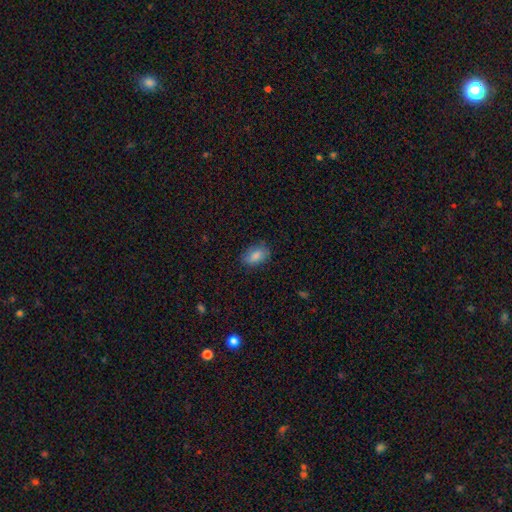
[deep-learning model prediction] Morphology: type=smooth (84%); roundness=in between (88%); merging=none (81%).